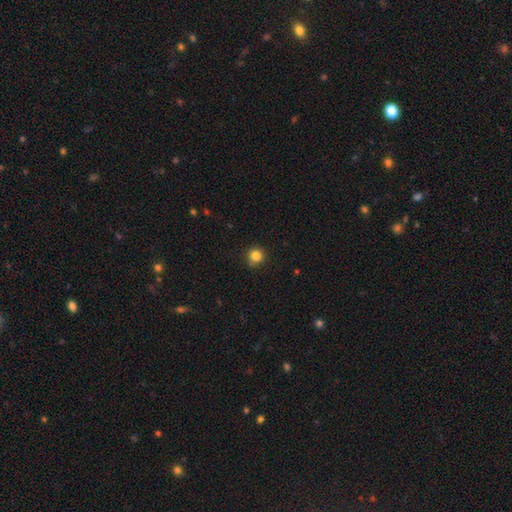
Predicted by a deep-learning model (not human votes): This appears to be a smooth galaxy with no disk features (84%) that is round (91%). Merging: none (85%).